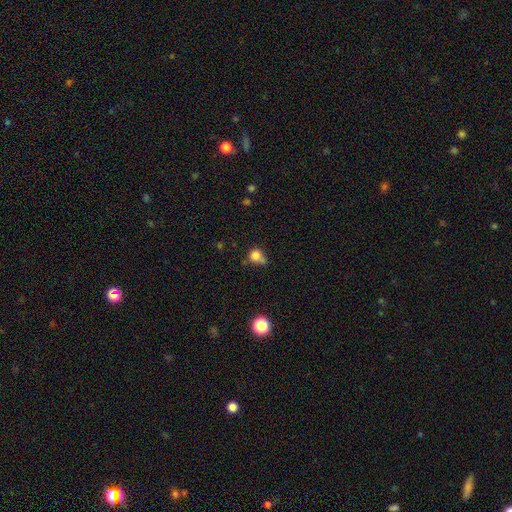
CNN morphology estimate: smooth-or-featured: smooth: 79% | star or artifact: 13% | featured or disk: 8%
  how-rounded: round: 74% | in between: 25% | cigar-shaped: 1%
  merging: none: 41% | minor disturbance: 30% | merger: 17% | major disturbance: 12%